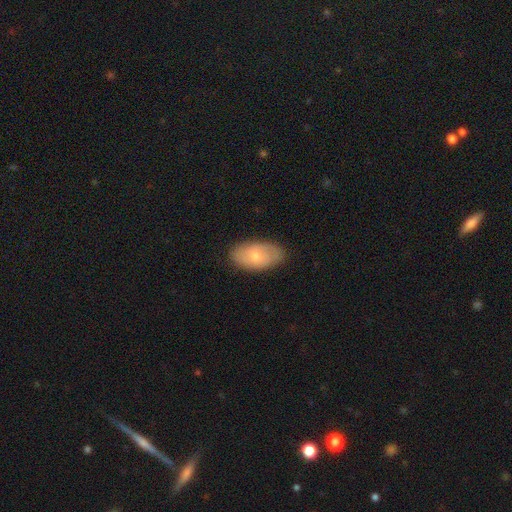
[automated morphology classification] Smooth or featured? smooth (61%)
How rounded? in between (94%)
Merging? none (79%)